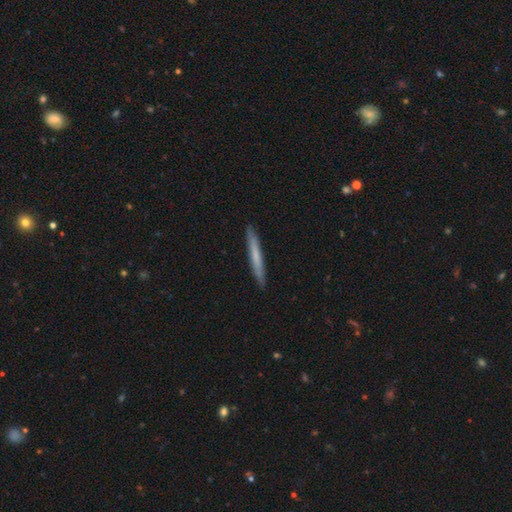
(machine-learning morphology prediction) A smooth galaxy with no disk features (63%) that is cigar-shaped (97%). Merging: none (91%).